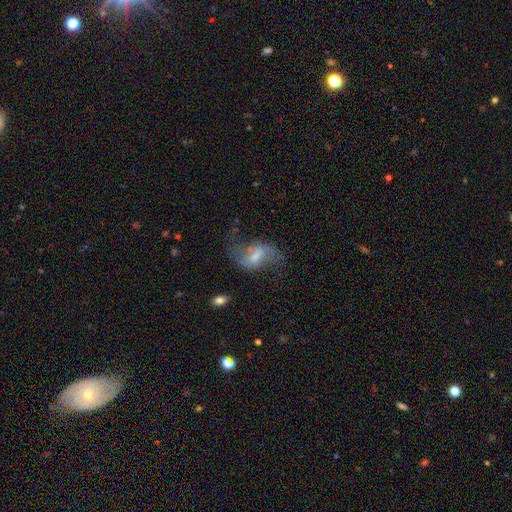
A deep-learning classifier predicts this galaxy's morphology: featured or disk 77%, smooth 14%, star or artifact 8%. Down the decision tree: edge-on disk — no (96%); bar — weak (51%); spiral arms — yes (92%); spiral arm count — 2 (90%); spiral winding — loose (75%); bulge size — moderate (37%, tied with small); merging — none (64%).